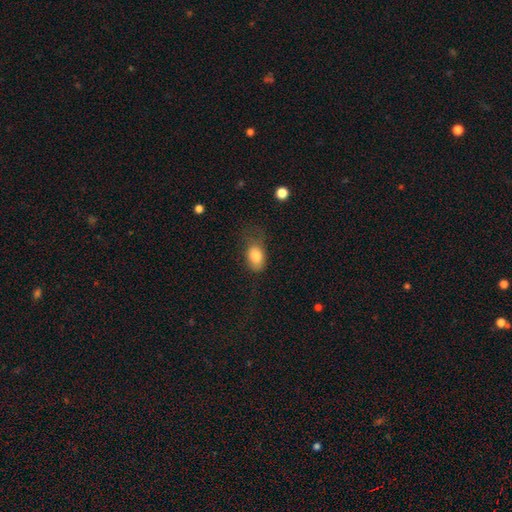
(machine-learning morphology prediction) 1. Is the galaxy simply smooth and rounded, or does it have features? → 83% smooth, 9% featured or disk, 8% star or artifact.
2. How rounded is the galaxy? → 86% in between, 13% round, 2% cigar-shaped.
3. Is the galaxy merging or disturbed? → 44% none, 31% minor disturbance, 23% major disturbance, 2% merger.